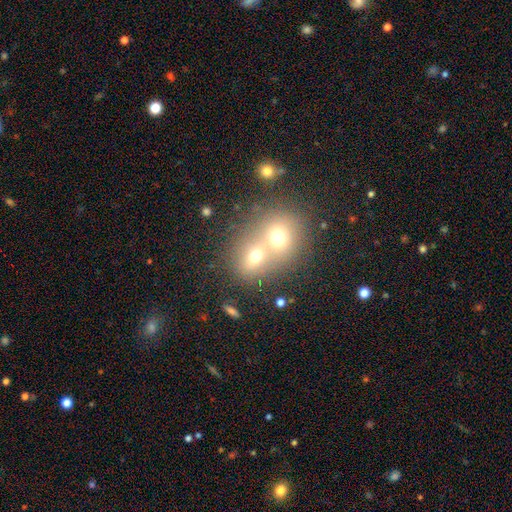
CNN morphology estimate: Smooth or featured: smooth — 66% (featured or disk — 19%)
How rounded: round — 64% (in between — 34%)
Merging: merger — 67% (none — 25%)